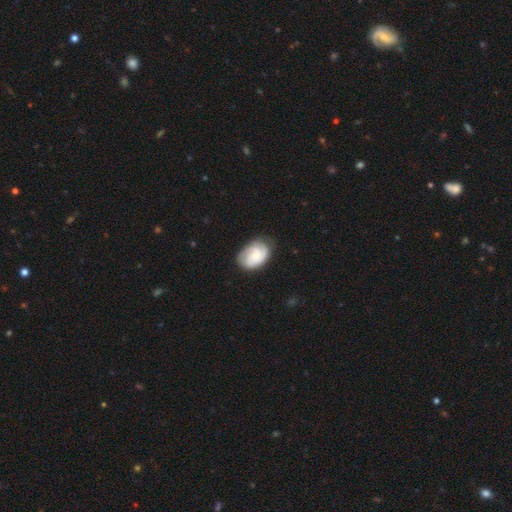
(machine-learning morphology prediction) type=featured or disk (61%); edge-on=no (97%); bar=no (67%); spiral arms=yes (92%); winding=tight (54%); arm count=2 (39%); bulge=small (47%); merging=none (73%).